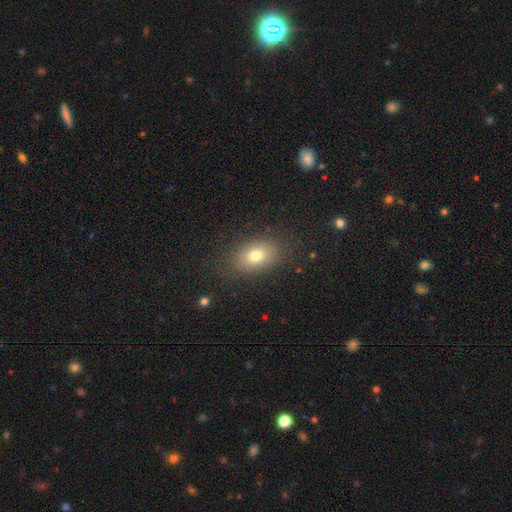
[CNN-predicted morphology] smooth_or_featured: smooth (p=0.76) [alt: featured or disk p=0.13]
how_rounded: in between (p=0.80) [alt: round p=0.18]
merging: none (p=0.85) [alt: minor disturbance p=0.10]